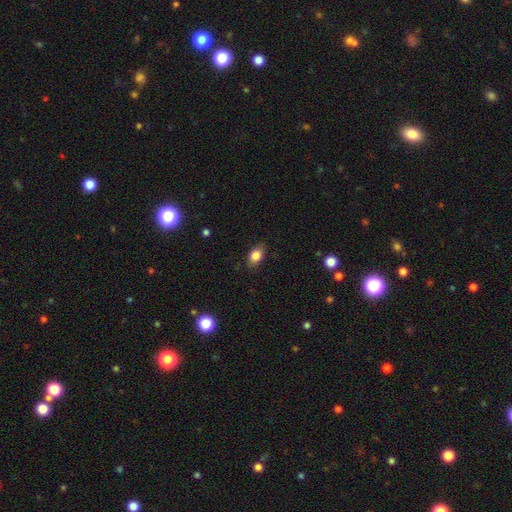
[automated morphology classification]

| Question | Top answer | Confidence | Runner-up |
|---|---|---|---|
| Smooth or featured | smooth | 84% | star or artifact (9%) |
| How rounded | in between | 81% | round (17%) |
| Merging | none | 84% | minor disturbance (13%) |